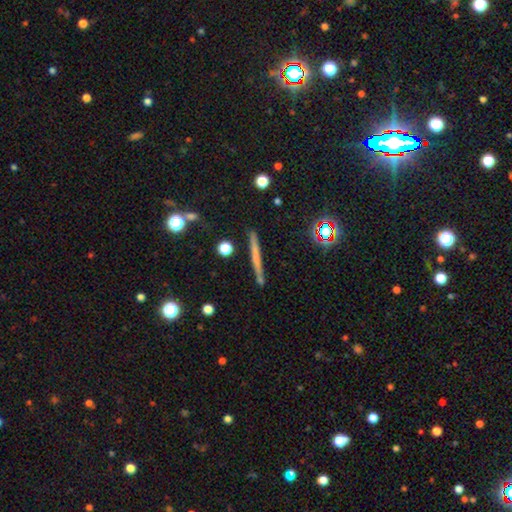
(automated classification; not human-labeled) The model was most divided on "smooth or featured": smooth: 47%, featured or disk: 42%, star or artifact: 11%. More confident: merging — none (87%).